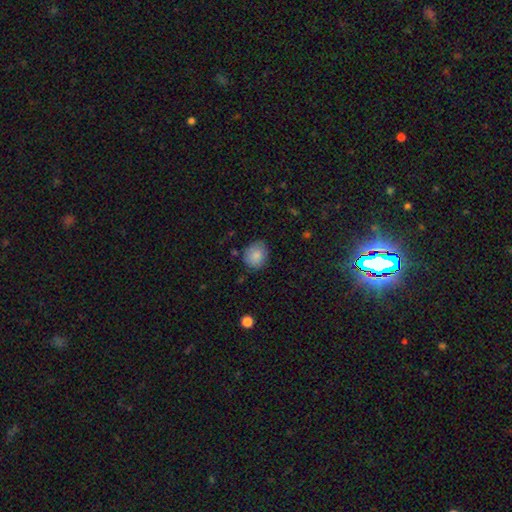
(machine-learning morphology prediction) Q: Smooth or featured?
A: smooth (86%); runner-up: star or artifact (8%)
Q: How rounded?
A: round (66%); runner-up: in between (33%)
Q: Merging?
A: none (77%); runner-up: minor disturbance (18%)